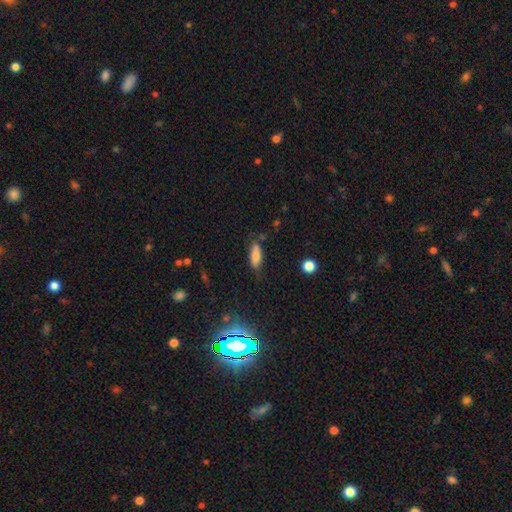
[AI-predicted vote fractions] This appears to be a smooth galaxy with no disk features (78%) that is in between round and cigar-shaped (67%). Merging: none (66%).